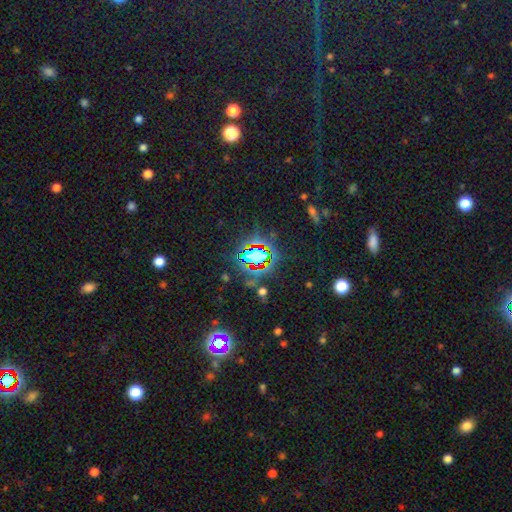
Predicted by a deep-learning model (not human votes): A star or artifact, not a galaxy (70%).